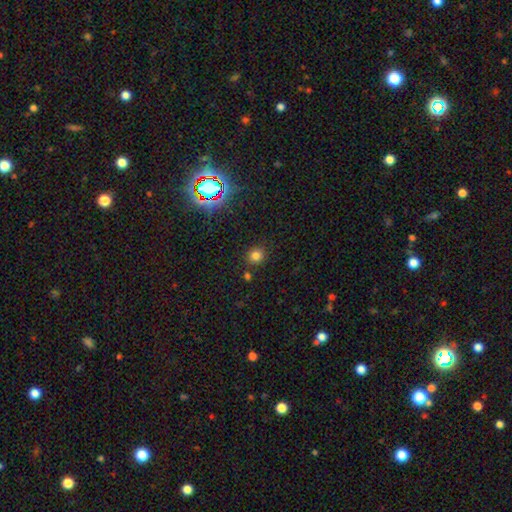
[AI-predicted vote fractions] This is likely a smooth galaxy (77%). How rounded: clearly round (85%). Merging: clearly none (83%).